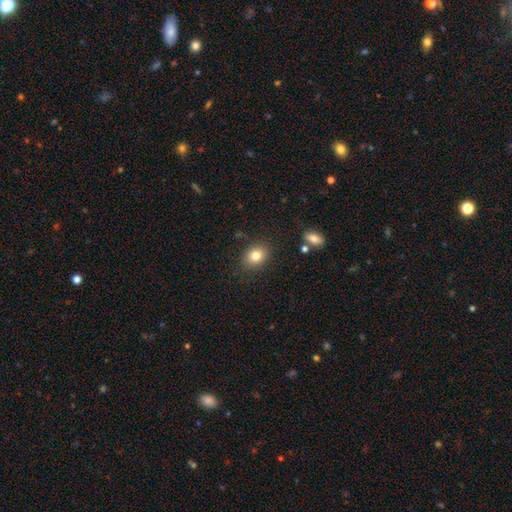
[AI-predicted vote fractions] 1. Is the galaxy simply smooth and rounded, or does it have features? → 81% smooth, 10% star or artifact, 9% featured or disk.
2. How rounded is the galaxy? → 52% in between, 47% round, 1% cigar-shaped.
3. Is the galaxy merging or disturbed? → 85% none, 10% minor disturbance, 3% major disturbance, 2% merger.